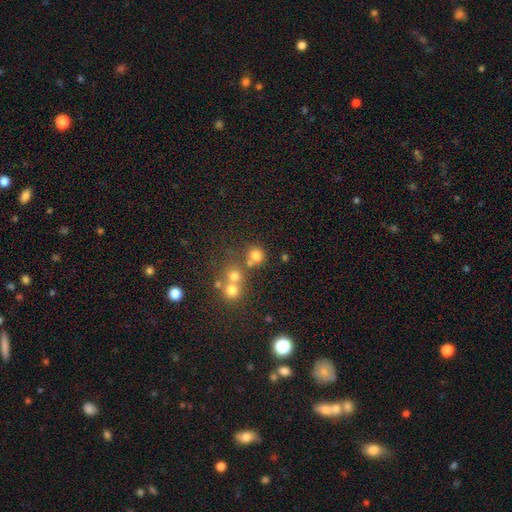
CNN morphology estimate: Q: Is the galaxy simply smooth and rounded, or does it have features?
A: smooth — 74%.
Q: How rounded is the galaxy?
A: round — 90%.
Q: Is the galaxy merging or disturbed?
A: none — 63%.